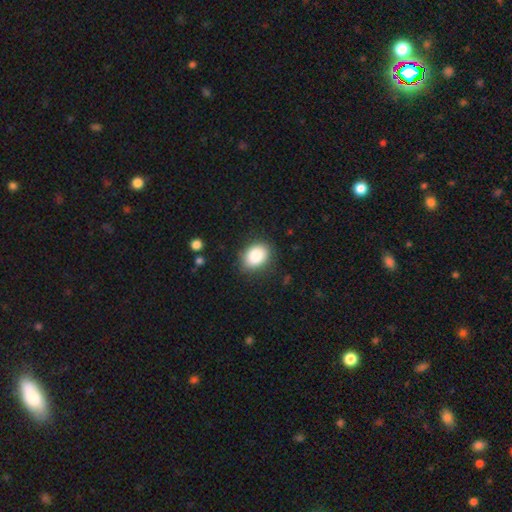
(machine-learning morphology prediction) Smooth or featured? smooth (86%)
How rounded? in between (67%)
Merging? none (85%)